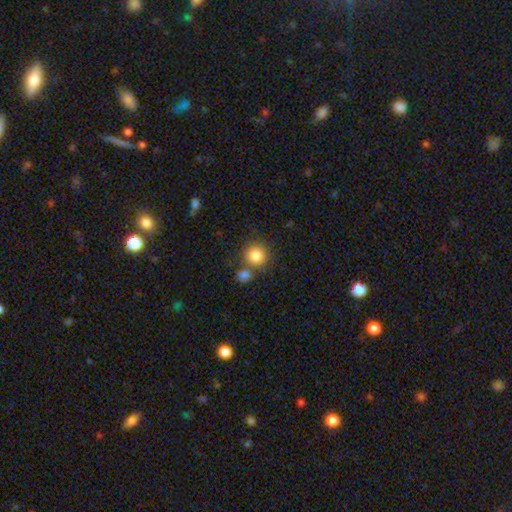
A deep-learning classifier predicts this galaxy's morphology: This appears to be a smooth galaxy with no disk features (84%) that is round (91%). Merging: none (64%).